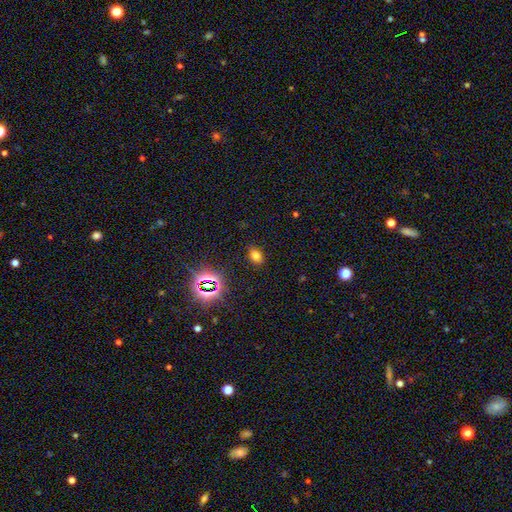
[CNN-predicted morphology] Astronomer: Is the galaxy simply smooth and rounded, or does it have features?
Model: smooth — 68%.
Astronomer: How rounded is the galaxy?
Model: in between — 75%.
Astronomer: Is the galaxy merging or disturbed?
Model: none — 85%.